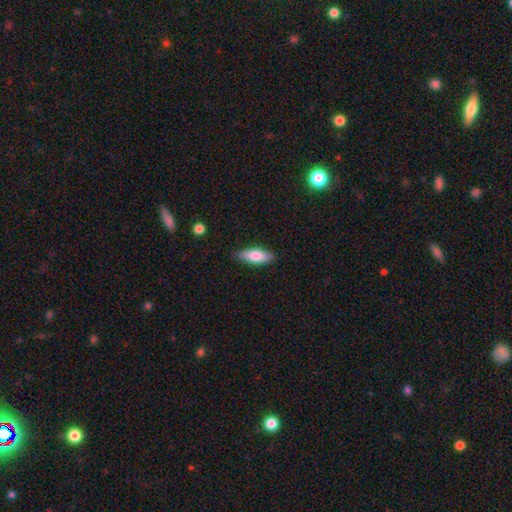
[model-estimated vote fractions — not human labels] Smooth or featured?
  - smooth: 74% *
  - featured or disk: 20%
  - star or artifact: 6%
How rounded?
  - in between: 68% *
  - cigar-shaped: 30%
  - round: 2%
Merging?
  - none: 84% *
  - minor disturbance: 12%
  - major disturbance: 2%
  - merger: 1%